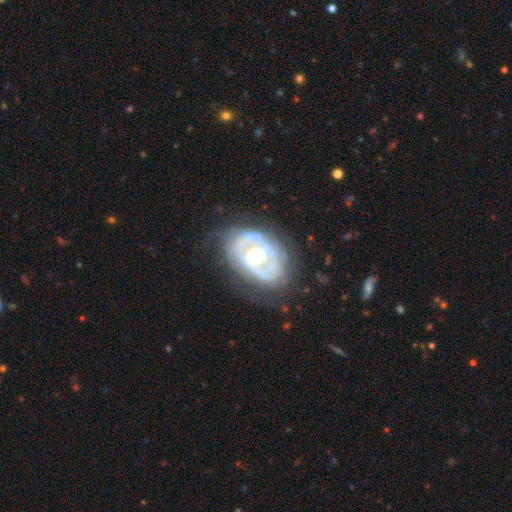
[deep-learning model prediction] Overall: featured or disk (80%). Edge-on disk: no (95%). Bar: no (66%). Spiral arms: yes (54%; no 46%). Bulge size: moderate (69%). Merging: none (66%).